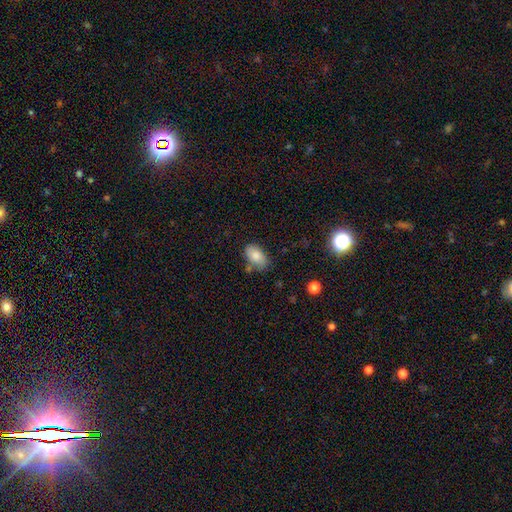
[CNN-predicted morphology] smooth 80%, featured or disk 12%, star or artifact 7%. Down the decision tree: how rounded — in between (92%); merging — none (69%).